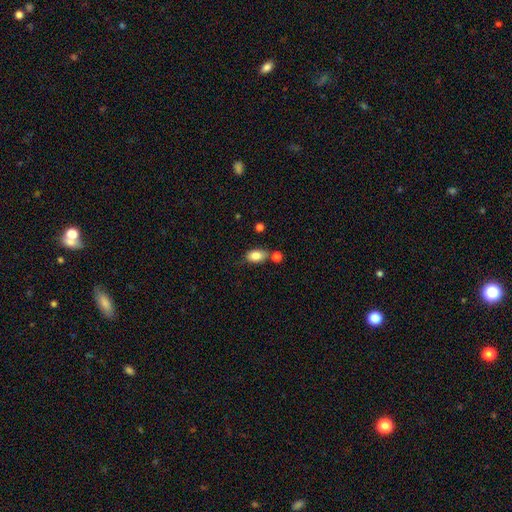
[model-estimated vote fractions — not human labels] Q: Smooth or featured?
A: smooth (83%); runner-up: featured or disk (9%)
Q: How rounded?
A: in between (87%); runner-up: round (11%)
Q: Merging?
A: none (62%); runner-up: minor disturbance (17%)